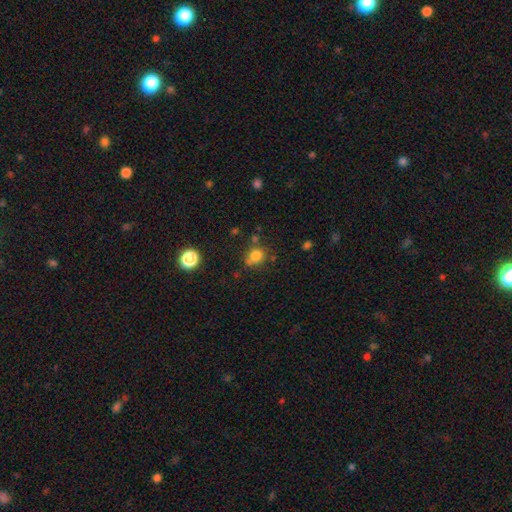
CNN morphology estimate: Smooth or featured? Predicted: smooth (p=0.79). How rounded? Predicted: round (p=0.70). Merging? Predicted: none (p=0.62).